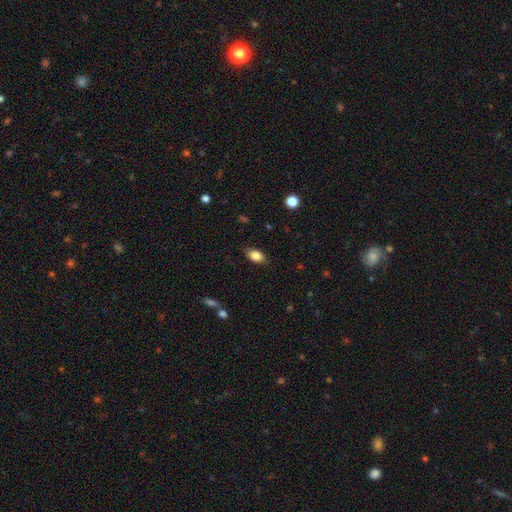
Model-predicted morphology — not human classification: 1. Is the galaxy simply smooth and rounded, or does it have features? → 85% smooth, 8% star or artifact, 7% featured or disk.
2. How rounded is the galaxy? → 89% in between, 8% round, 3% cigar-shaped.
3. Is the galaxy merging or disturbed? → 84% none, 12% minor disturbance, 3% major disturbance, 1% merger.